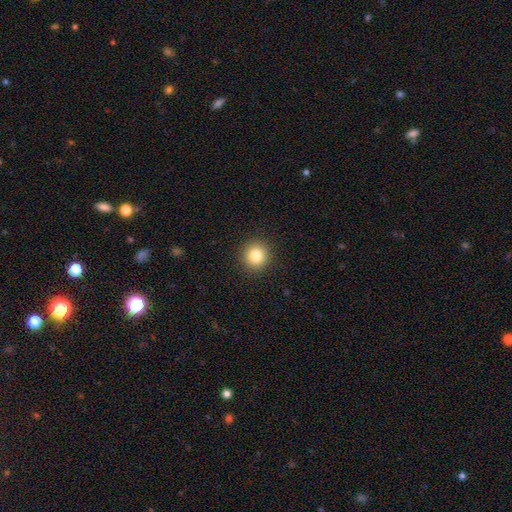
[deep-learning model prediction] smooth-or-featured: smooth: 83% | star or artifact: 11% | featured or disk: 6%
  how-rounded: round: 91% | in between: 8% | cigar-shaped: 1%
  merging: none: 92% | minor disturbance: 5% | major disturbance: 2% | merger: 1%